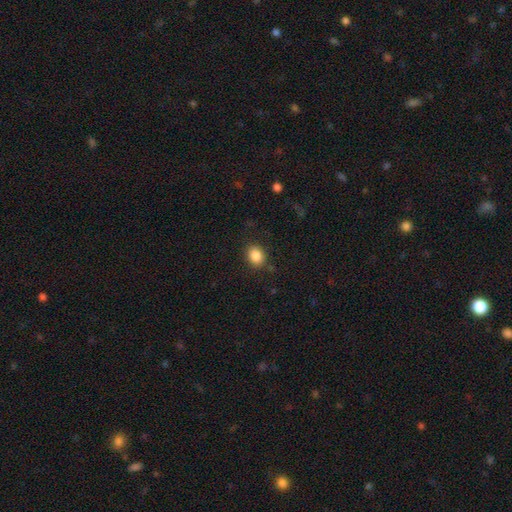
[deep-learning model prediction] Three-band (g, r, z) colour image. It shows a smooth galaxy with no disk features (86%) that is in between round and cigar-shaped (50%). Merging: none (86%).